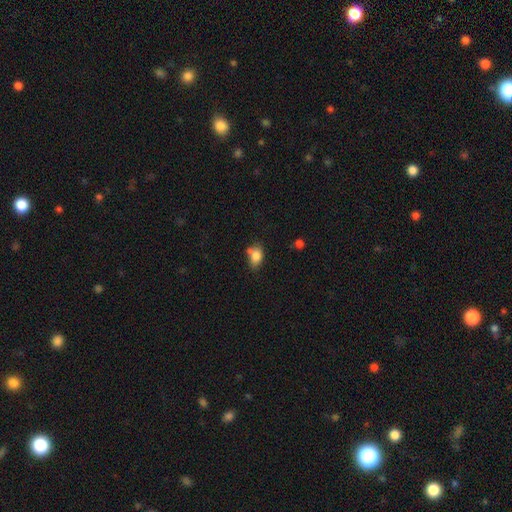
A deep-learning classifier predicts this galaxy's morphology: A smooth galaxy with no disk features (81%) that is in between round and cigar-shaped (79%). Merging: none (50%).